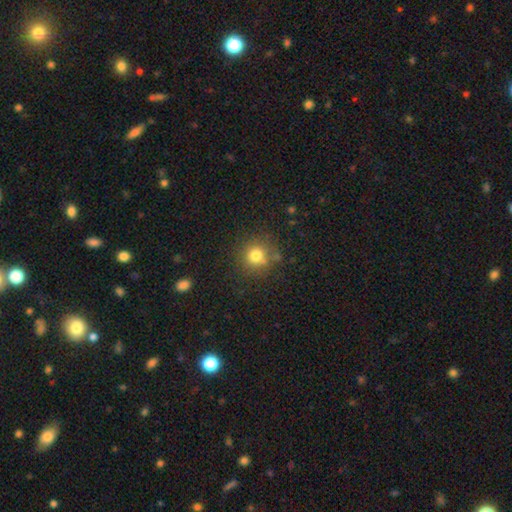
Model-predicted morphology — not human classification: Smooth or featured? smooth (78%)
How rounded? round (91%)
Merging? none (79%)